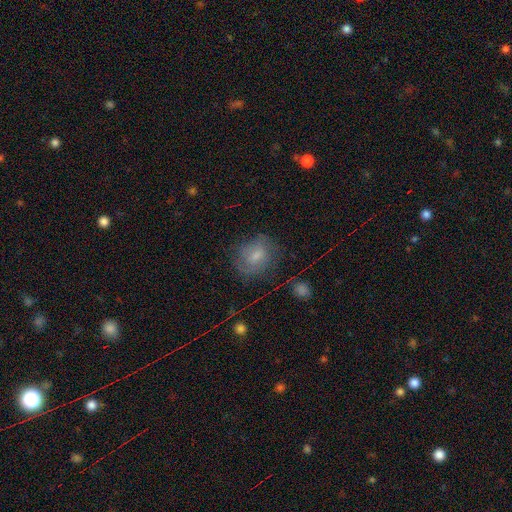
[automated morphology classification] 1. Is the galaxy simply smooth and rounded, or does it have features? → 57% smooth, 33% featured or disk, 11% star or artifact.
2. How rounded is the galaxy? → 60% round, 38% in between, 1% cigar-shaped.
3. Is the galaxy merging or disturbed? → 62% none, 22% minor disturbance, 13% major disturbance, 2% merger.